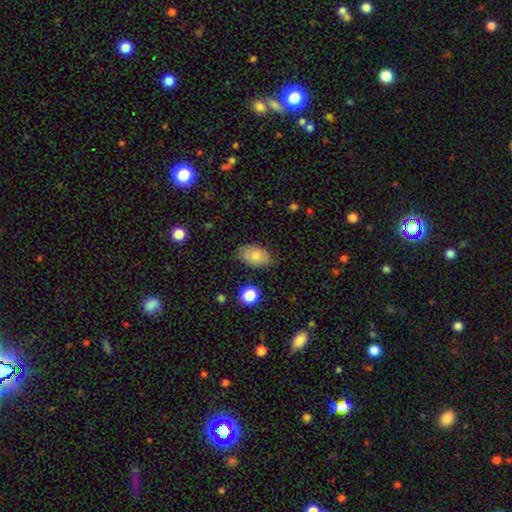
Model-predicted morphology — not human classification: Smooth or featured: smooth — 77% (featured or disk — 15%)
How rounded: in between — 90% (round — 9%)
Merging: none — 77% (minor disturbance — 17%)